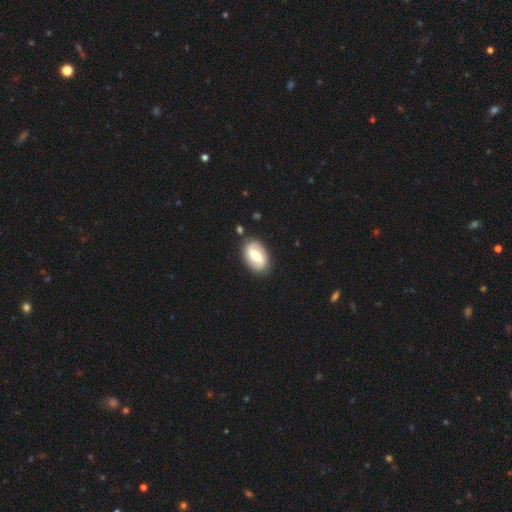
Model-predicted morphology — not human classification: The model was most divided on "bar": weak: 39%, strong: 37%, no: 24%. More confident: edge-on disk — no (94%); merging — none (86%); spiral arms — yes (73%); bulge size — moderate (65%); smooth or featured — featured or disk (57%).